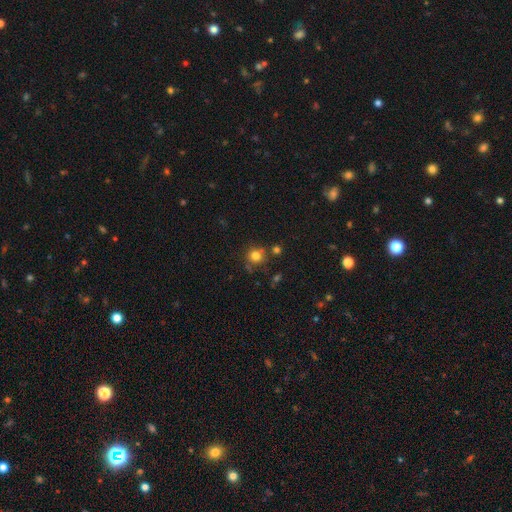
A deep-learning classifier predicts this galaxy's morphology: A smooth galaxy with no disk features (79%) that is round (90%). Merging: none (71%).